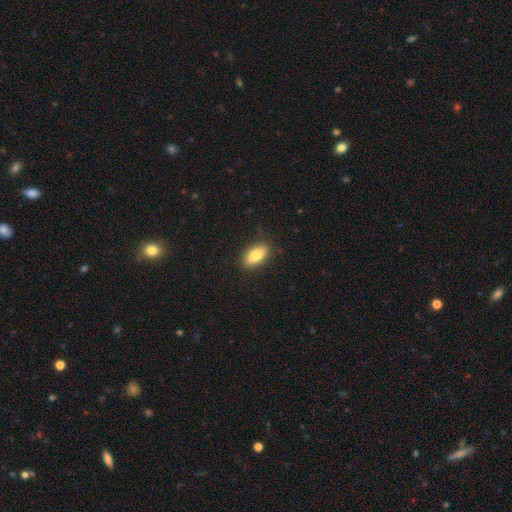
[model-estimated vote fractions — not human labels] A smooth galaxy with no disk features (82%) that is in between round and cigar-shaped (90%). Merging: none (88%).